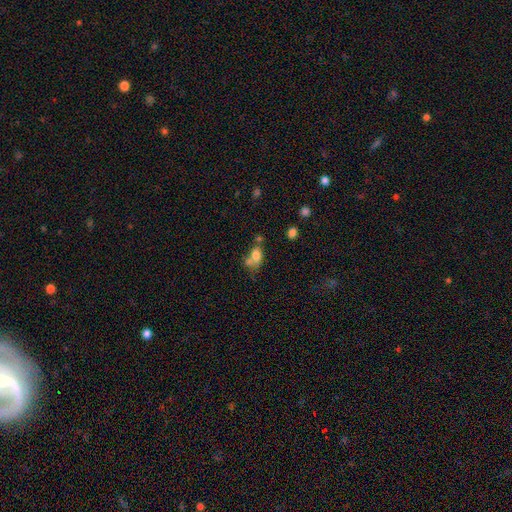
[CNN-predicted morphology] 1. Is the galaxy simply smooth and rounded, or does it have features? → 74% smooth, 15% featured or disk, 11% star or artifact.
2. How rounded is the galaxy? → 77% in between, 19% round, 3% cigar-shaped.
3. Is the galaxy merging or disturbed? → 47% merger, 31% none, 14% minor disturbance, 9% major disturbance.